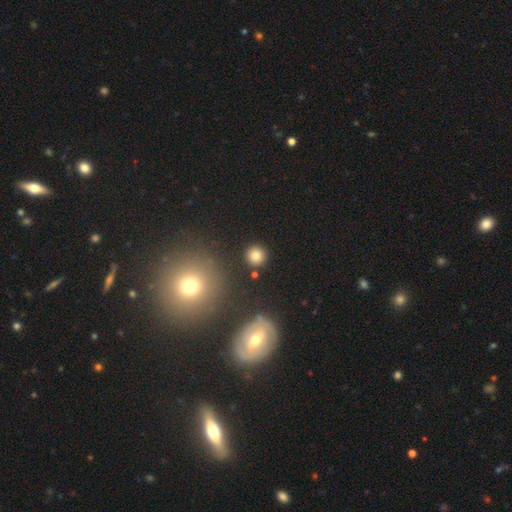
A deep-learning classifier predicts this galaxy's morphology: A smooth galaxy with no disk features (81%) that is round (94%).

Vote fractions:
- Smooth or featured? smooth: 81% / star or artifact: 13% / featured or disk: 6%
- How rounded? round: 94% / in between: 5% / cigar-shaped: 1%
- Merging? none: 89% / minor disturbance: 6% / merger: 3% / major disturbance: 2%